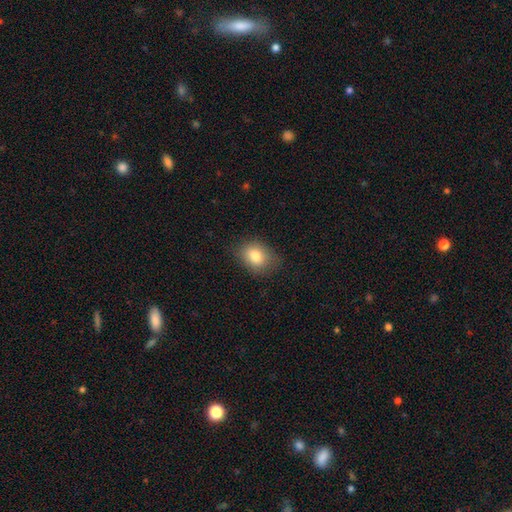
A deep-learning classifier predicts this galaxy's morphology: This is clearly a smooth galaxy (80%). How rounded: likely in between (67%). Merging: likely none (77%).